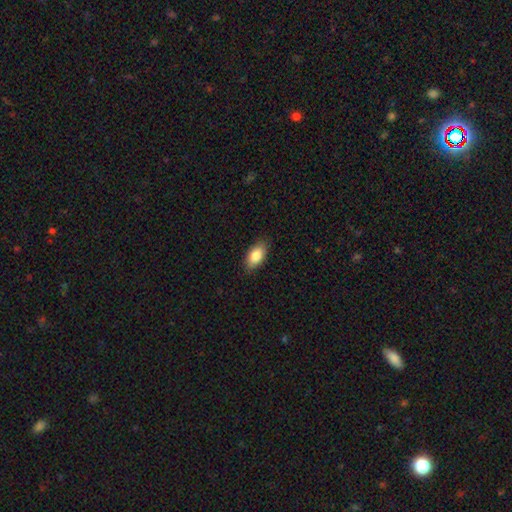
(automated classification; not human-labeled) Morphology: type=smooth (85%); roundness=in between (92%); merging=none (86%).